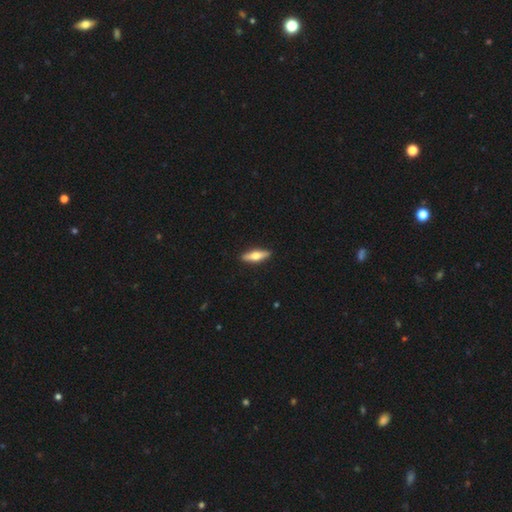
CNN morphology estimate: A featured or disk galaxy (49%). Merging: none (91%).